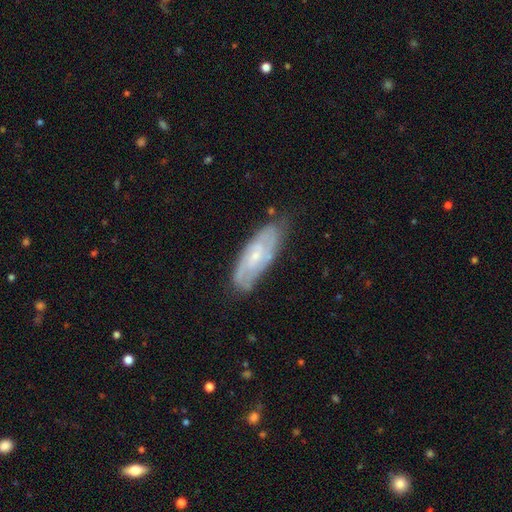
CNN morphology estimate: smooth_or_featured: featured or disk (p=0.72) [alt: smooth p=0.21]
disk_edge_on: no (p=0.87) [alt: yes p=0.13]
bar: no (p=0.58) [alt: weak p=0.35]
has_spiral_arms: yes (p=0.90) [alt: no p=0.10]
spiral_winding: tight (p=0.52) [alt: medium p=0.37]
spiral_arm_count: can't tell (p=0.39) [alt: 2 p=0.37]
bulge_size: small (p=0.71) [alt: moderate p=0.23]
merging: none (p=0.73) [alt: minor disturbance p=0.21]